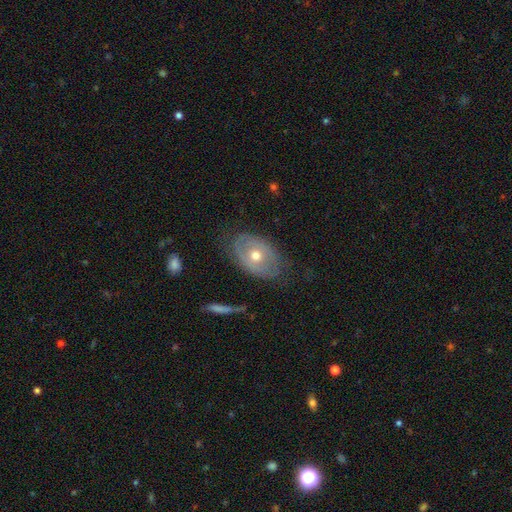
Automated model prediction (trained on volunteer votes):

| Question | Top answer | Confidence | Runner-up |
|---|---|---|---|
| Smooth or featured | featured or disk | 58% | smooth (35%) |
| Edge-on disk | no | 91% | yes (9%) |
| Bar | no | 85% | weak (12%) |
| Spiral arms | no | 59% | yes (41%) |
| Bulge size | moderate | 72% | small (23%) |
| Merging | none | 70% | minor disturbance (20%) |